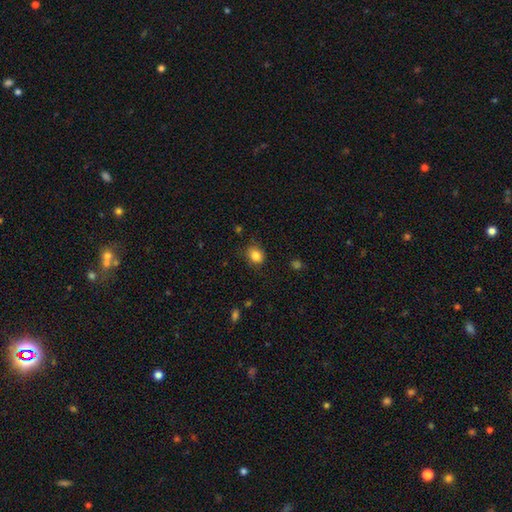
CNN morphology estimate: Smooth or featured? smooth (84%)
How rounded? round (65%)
Merging? none (79%)